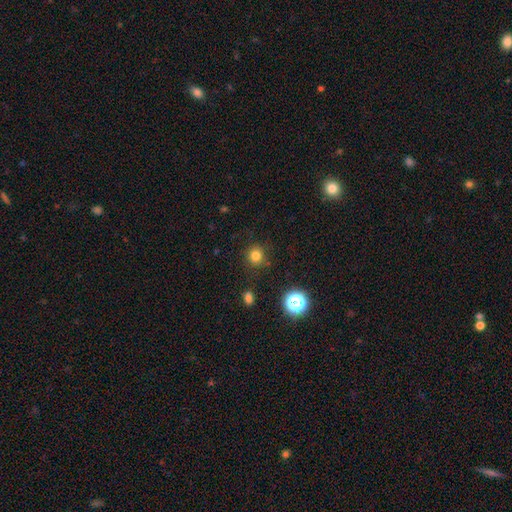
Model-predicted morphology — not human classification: This is likely a smooth galaxy (78%). How rounded: clearly round (92%). Merging: clearly none (86%).